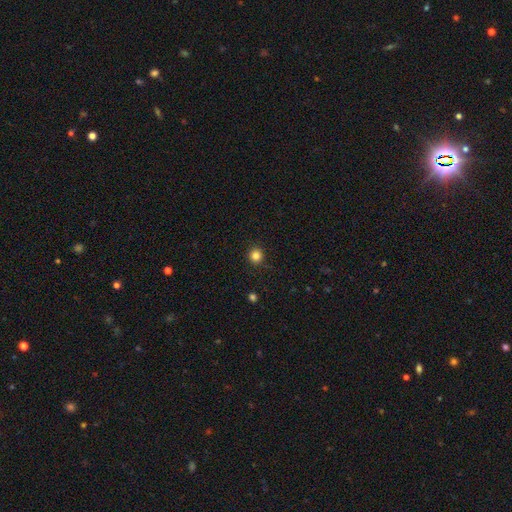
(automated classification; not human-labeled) This appears to be a smooth galaxy with no disk features (84%) that is round (93%). Merging: none (92%).